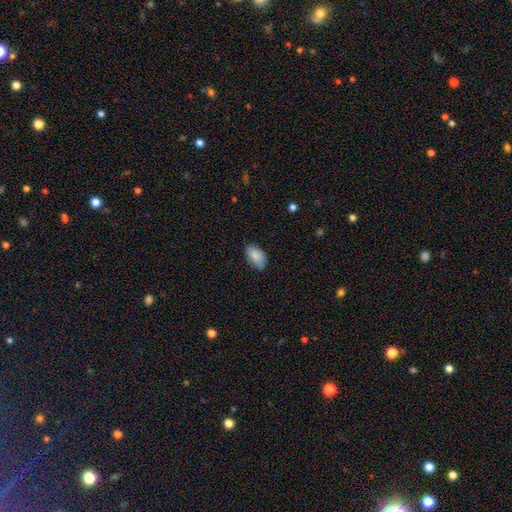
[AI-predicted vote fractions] smooth_or_featured: smooth (p=0.85) [alt: featured or disk p=0.08]
how_rounded: in between (p=0.93) [alt: round p=0.05]
merging: none (p=0.74) [alt: minor disturbance p=0.22]